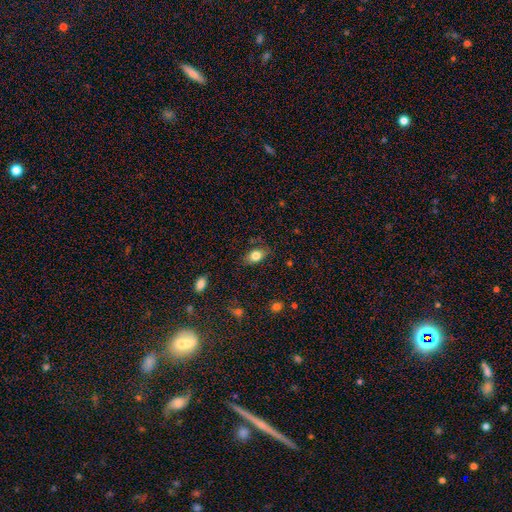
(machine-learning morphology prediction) Smooth or featured?
  - smooth: 81% *
  - featured or disk: 10%
  - star or artifact: 9%
How rounded?
  - in between: 83% *
  - round: 15%
  - cigar-shaped: 2%
Merging?
  - none: 79% *
  - minor disturbance: 16%
  - major disturbance: 4%
  - merger: 1%